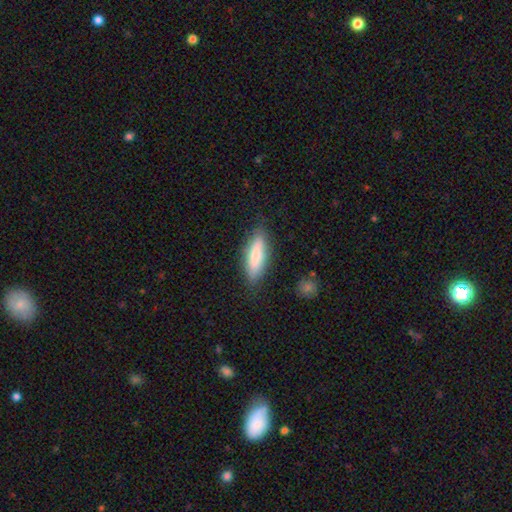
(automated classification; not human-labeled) The model was most divided on "how rounded": cigar-shaped: 51%, in between: 47%, round: 2%. More confident: merging — none (81%); smooth or featured — smooth (77%).